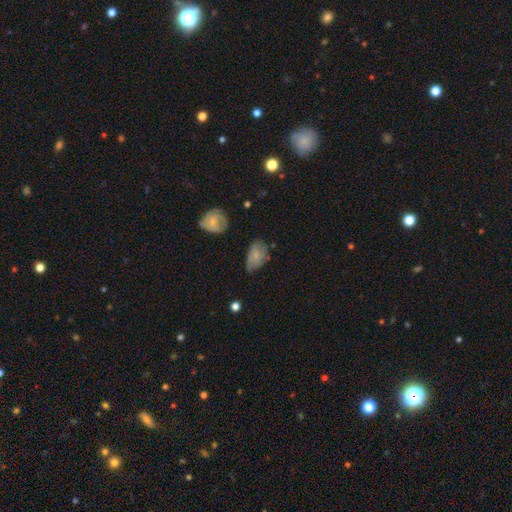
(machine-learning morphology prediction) This appears to be a smooth galaxy with no disk features (64%) that is in between round and cigar-shaped (88%). Merging: none (47%).